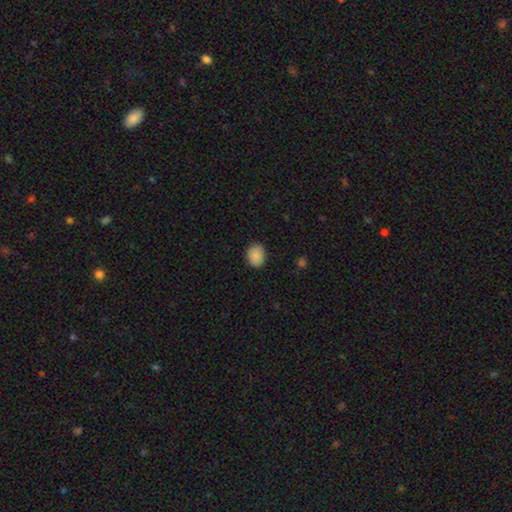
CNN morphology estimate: smooth_or_featured: smooth (p=0.89) [alt: star or artifact p=0.08]
how_rounded: in between (p=0.57) [alt: round p=0.42]
merging: none (p=0.86) [alt: minor disturbance p=0.11]